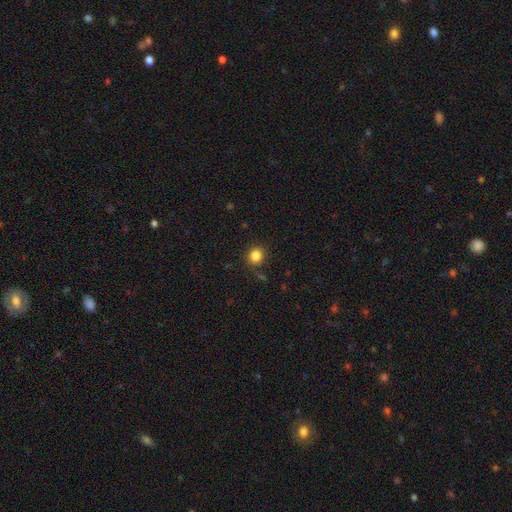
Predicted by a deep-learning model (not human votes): A smooth galaxy with no disk features (84%) that is round (85%).

Vote fractions:
- Smooth or featured? smooth: 84% / star or artifact: 12% / featured or disk: 4%
- How rounded? round: 85% / in between: 15% / cigar-shaped: 1%
- Merging? none: 87% / minor disturbance: 8% / major disturbance: 3% / merger: 2%